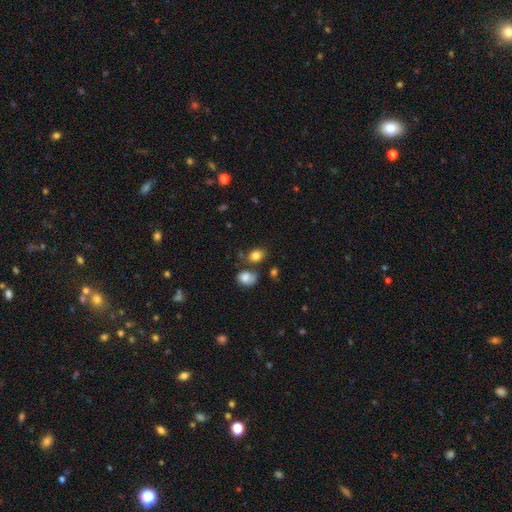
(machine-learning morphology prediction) Smooth or featured? smooth (83%)
How rounded? in between (57%)
Merging? none (66%)